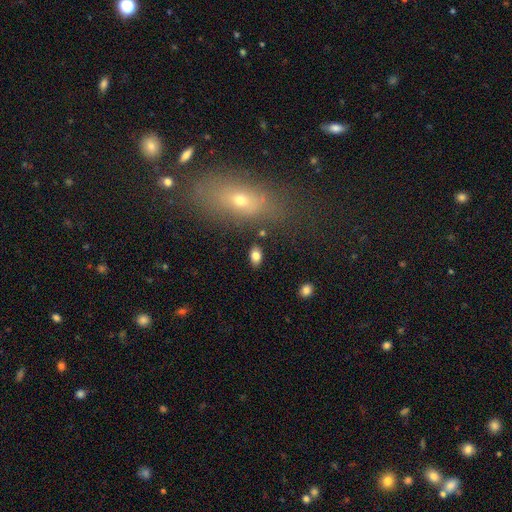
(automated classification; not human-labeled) Smooth or featured: smooth — 80% (featured or disk — 10%)
How rounded: in between — 86% (round — 12%)
Merging: none — 82% (minor disturbance — 10%)